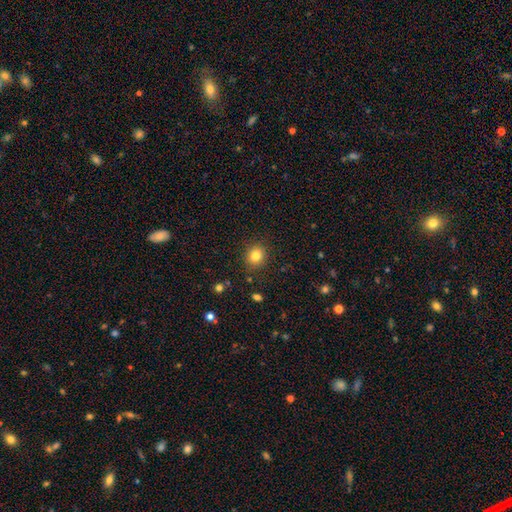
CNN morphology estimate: Smooth or featured: smooth — 82% (star or artifact — 12%)
How rounded: round — 79% (in between — 20%)
Merging: none — 89% (minor disturbance — 8%)